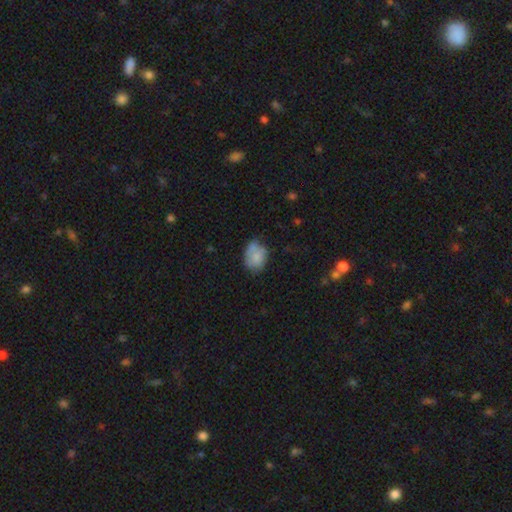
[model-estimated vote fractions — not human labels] Smooth or featured? Predicted: smooth (p=0.75). How rounded? Predicted: in between (p=0.65). Merging? Predicted: none (p=0.48).